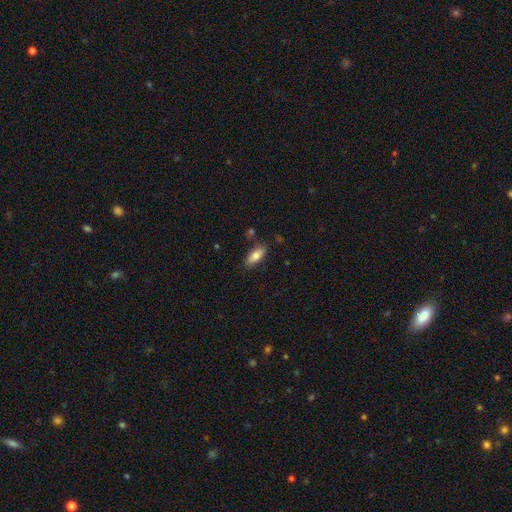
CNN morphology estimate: smooth-or-featured: smooth: 78% | featured or disk: 15% | star or artifact: 7%
  how-rounded: in between: 74% | cigar-shaped: 24% | round: 2%
  merging: none: 80% | minor disturbance: 13% | merger: 4% | major disturbance: 3%